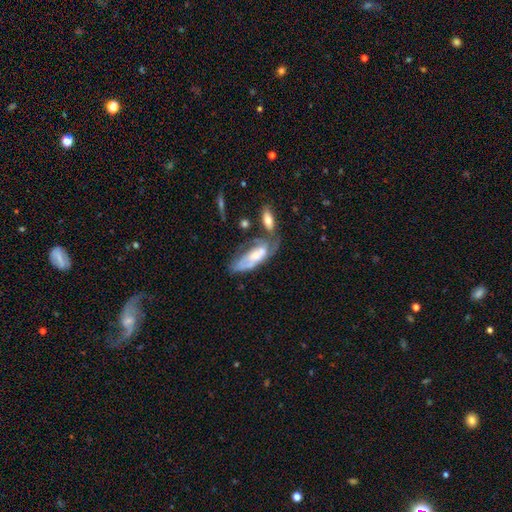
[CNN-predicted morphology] This is possibly a featured or disk galaxy (56%). It is clearly not viewed edge-on (83%). Merging: marginally merger (28%).